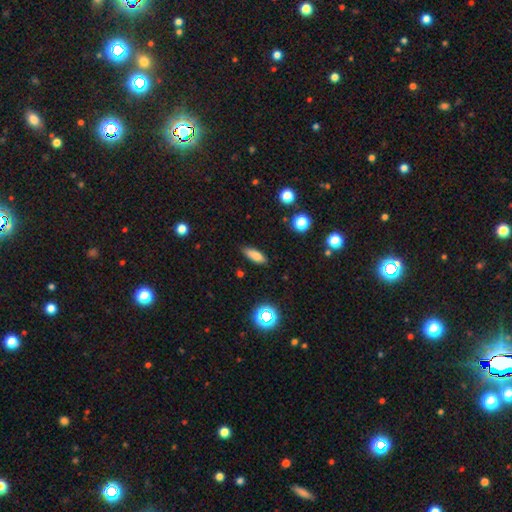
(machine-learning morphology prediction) This appears to be a smooth galaxy with no disk features (78%) that is in between round and cigar-shaped (68%). Merging: none (83%).